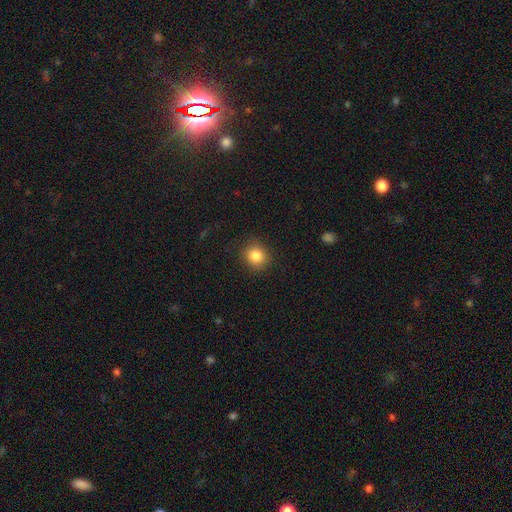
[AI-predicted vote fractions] smooth-or-featured: smooth: 84% | star or artifact: 10% | featured or disk: 5%
  how-rounded: round: 82% | in between: 17% | cigar-shaped: 1%
  merging: none: 87% | minor disturbance: 9% | major disturbance: 3% | merger: 1%